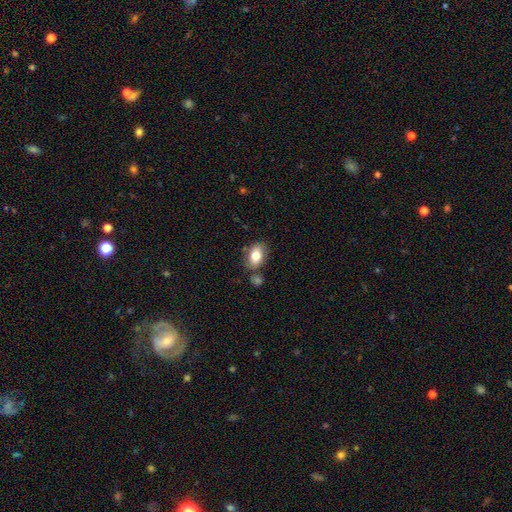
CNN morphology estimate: This appears to be a smooth galaxy with no disk features (78%) that is in between round and cigar-shaped (85%). Merging: none (71%).